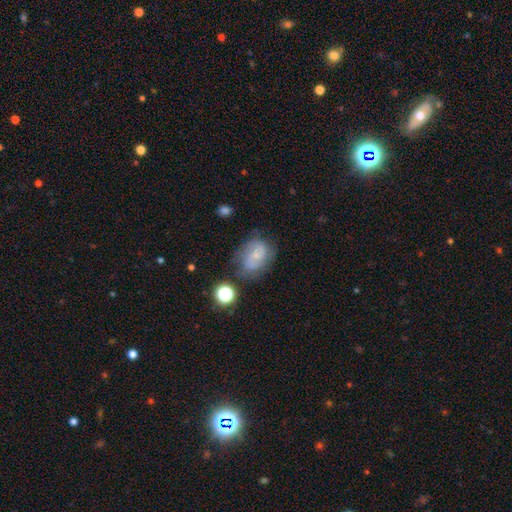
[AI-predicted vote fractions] Morphology: type=featured or disk (55%); edge-on=no (97%); bar=no (63%); spiral arms=yes (81%); bulge=small (64%); merging=none (60%).